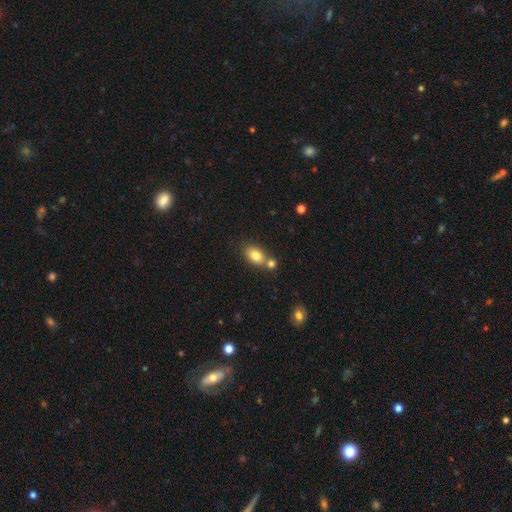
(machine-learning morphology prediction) type=smooth (80%); roundness=in between (83%); merging=none (52%).